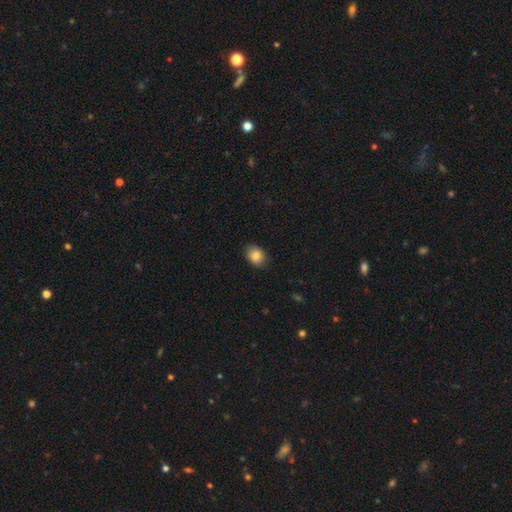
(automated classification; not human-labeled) Smooth or featured? smooth (85%)
How rounded? in between (64%)
Merging? none (86%)